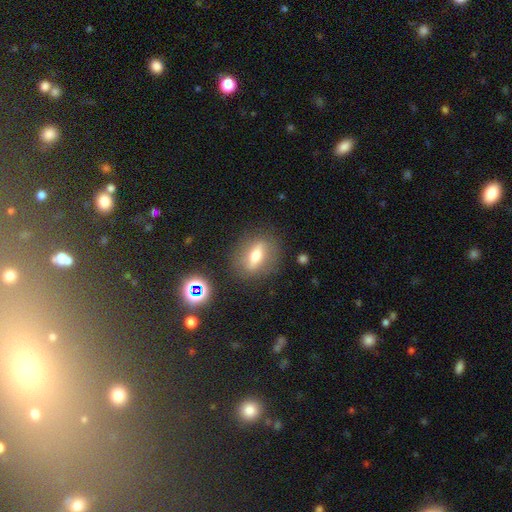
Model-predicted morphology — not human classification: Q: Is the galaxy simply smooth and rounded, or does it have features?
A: featured or disk — 47%.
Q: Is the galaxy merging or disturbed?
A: none — 84%.